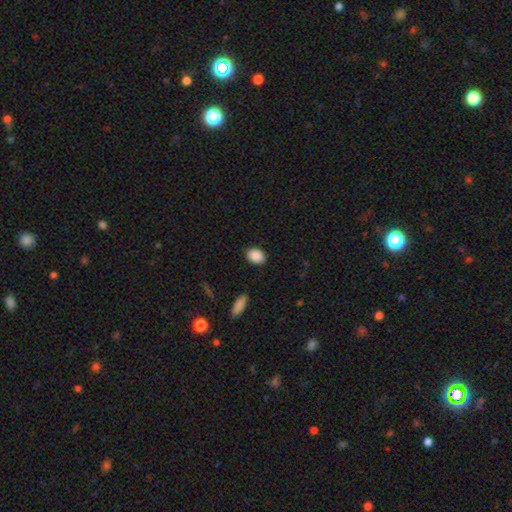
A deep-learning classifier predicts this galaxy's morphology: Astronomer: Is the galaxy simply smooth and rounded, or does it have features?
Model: smooth — 89%.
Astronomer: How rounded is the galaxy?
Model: in between — 73%.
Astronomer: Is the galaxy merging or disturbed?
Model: none — 88%.